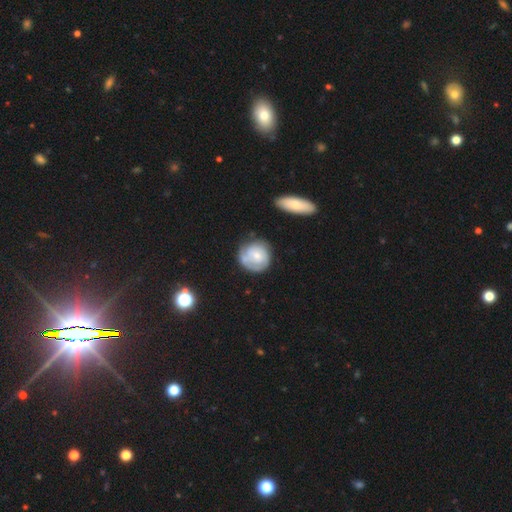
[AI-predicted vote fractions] smooth 49%, featured or disk 45%, star or artifact 6%. Down the decision tree: merging — none (63%).